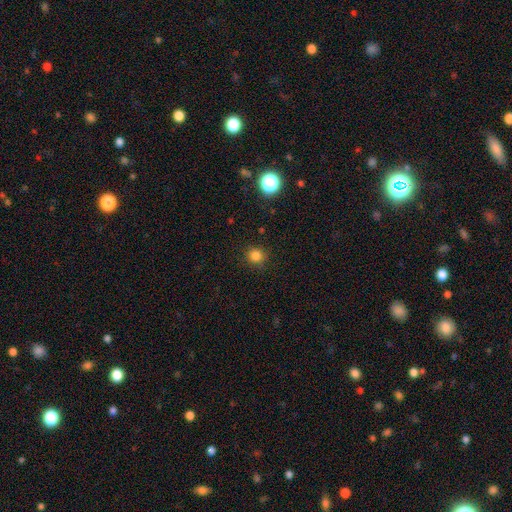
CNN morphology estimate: smooth-or-featured: smooth: 82% | star or artifact: 14% | featured or disk: 4%
  how-rounded: round: 91% | in between: 8% | cigar-shaped: 1%
  merging: none: 89% | minor disturbance: 7% | major disturbance: 2% | merger: 1%